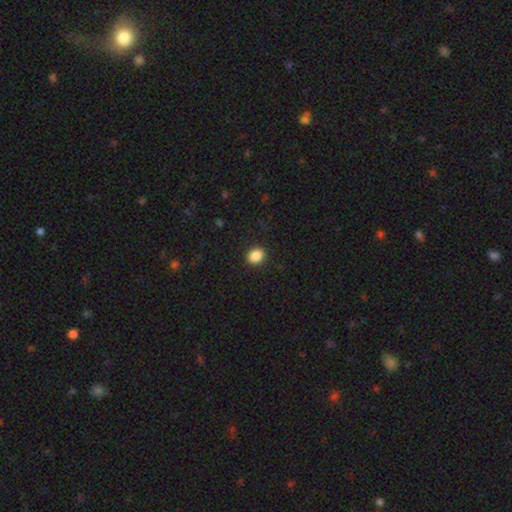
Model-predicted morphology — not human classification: smooth-or-featured: smooth: 88% | star or artifact: 9% | featured or disk: 3%
  how-rounded: round: 51% | in between: 49% | cigar-shaped: 1%
  merging: none: 91% | minor disturbance: 6% | major disturbance: 2% | merger: 1%